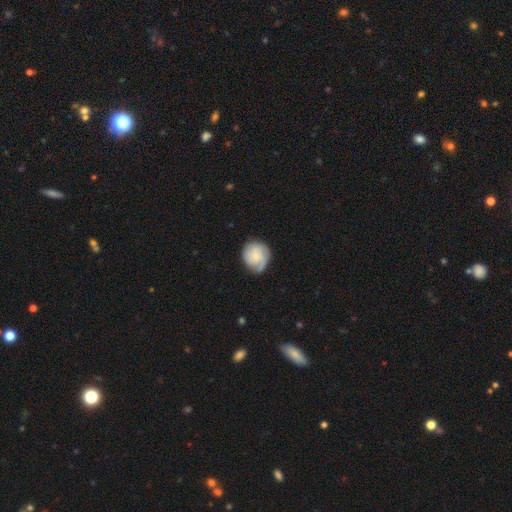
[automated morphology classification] The model was most divided on "smooth or featured": smooth: 49%, featured or disk: 44%, star or artifact: 7%. More confident: merging — none (59%).